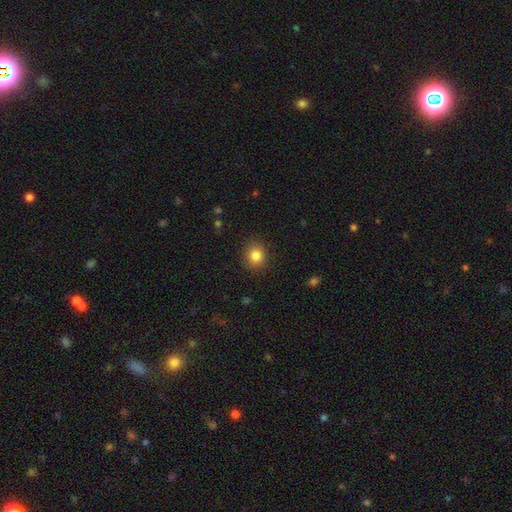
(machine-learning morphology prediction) smooth_or_featured: smooth (p=0.84) [alt: star or artifact p=0.11]
how_rounded: round (p=0.83) [alt: in between p=0.16]
merging: none (p=0.89) [alt: minor disturbance p=0.08]